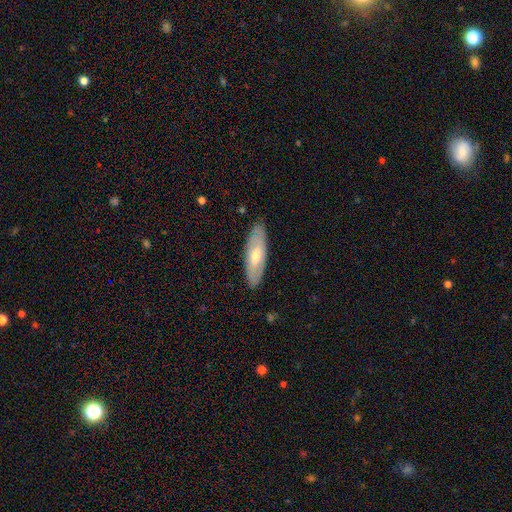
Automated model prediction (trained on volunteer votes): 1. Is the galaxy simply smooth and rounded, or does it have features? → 48% smooth, 46% featured or disk, 6% star or artifact.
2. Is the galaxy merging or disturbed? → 86% none, 11% minor disturbance, 2% major disturbance, 1% merger.